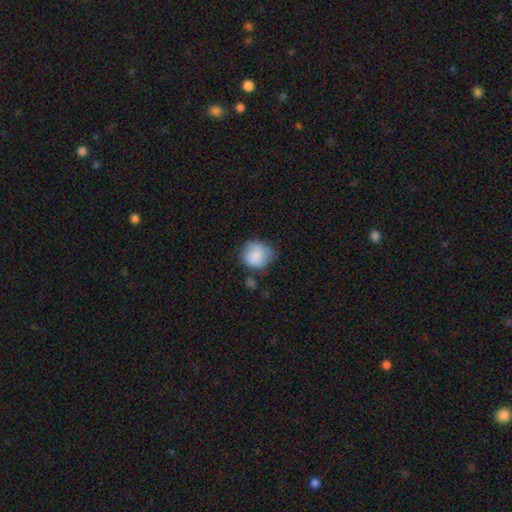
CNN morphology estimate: Smooth or featured?
  - smooth: 81% *
  - featured or disk: 11%
  - star or artifact: 8%
How rounded?
  - round: 77% *
  - in between: 23%
  - cigar-shaped: 1%
Merging?
  - none: 53% *
  - minor disturbance: 31%
  - major disturbance: 11%
  - merger: 5%